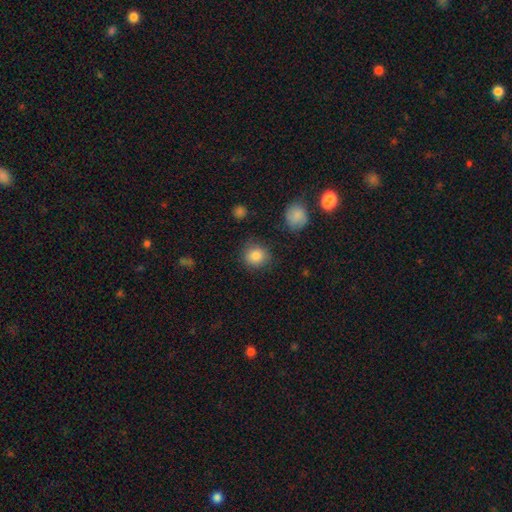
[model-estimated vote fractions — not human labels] smooth_or_featured: smooth (p=0.86) [alt: star or artifact p=0.10]
how_rounded: round (p=0.87) [alt: in between p=0.12]
merging: none (p=0.84) [alt: minor disturbance p=0.10]